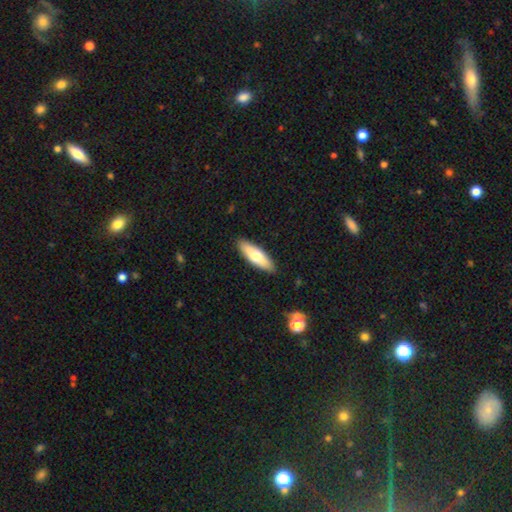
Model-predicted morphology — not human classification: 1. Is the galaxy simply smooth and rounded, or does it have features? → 65% smooth, 29% featured or disk, 6% star or artifact.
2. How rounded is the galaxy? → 54% in between, 44% cigar-shaped, 2% round.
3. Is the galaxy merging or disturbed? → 89% none, 8% minor disturbance, 2% major disturbance, 1% merger.